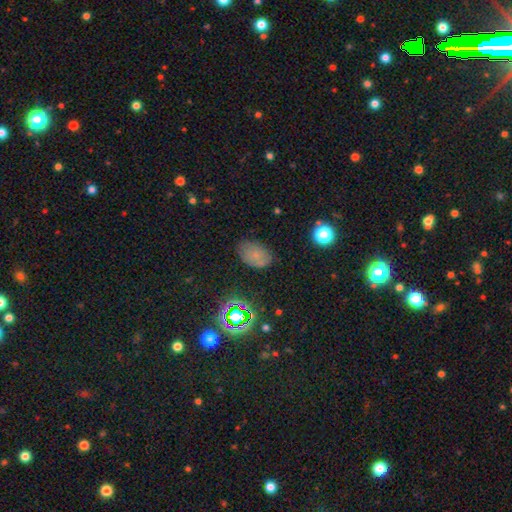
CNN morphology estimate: smooth_or_featured: smooth (p=0.65) [alt: star or artifact p=0.19]
how_rounded: in between (p=0.85) [alt: round p=0.14]
merging: none (p=0.72) [alt: minor disturbance p=0.20]